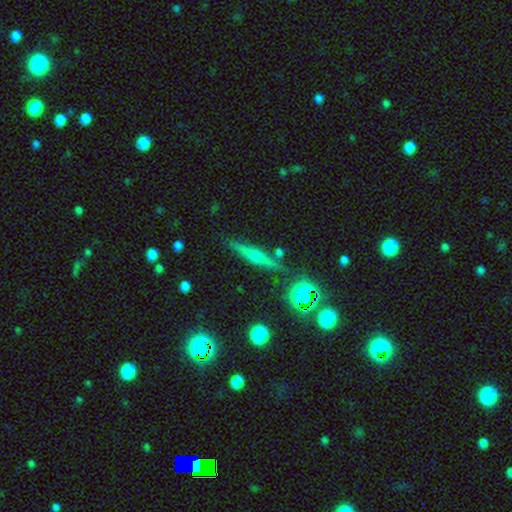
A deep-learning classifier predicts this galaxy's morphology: smooth-or-featured: featured or disk: 44% | smooth: 40% | star or artifact: 15%
  merging: none: 82% | minor disturbance: 10% | merger: 4% | major disturbance: 3%